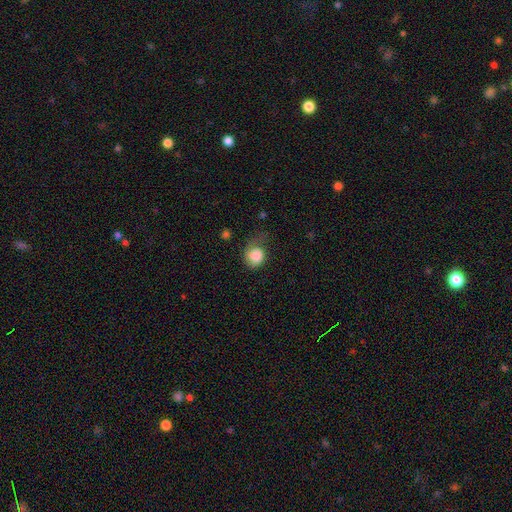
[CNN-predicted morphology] smooth_or_featured: smooth (p=0.82) [alt: featured or disk p=0.11]
how_rounded: round (p=0.62) [alt: in between p=0.37]
merging: minor disturbance (p=0.34) [alt: major disturbance p=0.32]